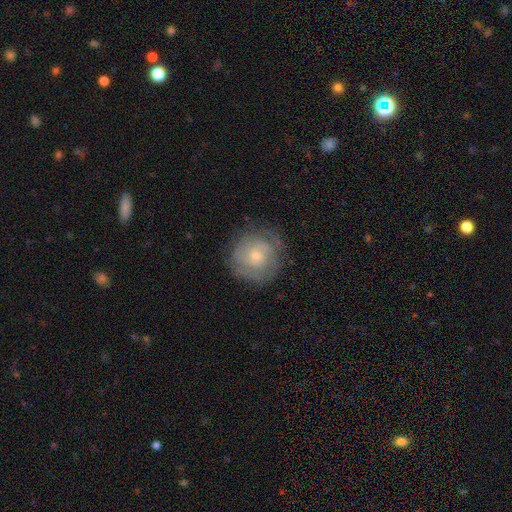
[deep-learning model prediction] featured or disk 63%, smooth 30%, star or artifact 7%. Down the decision tree: edge-on disk — no (97%); bar — no (75%); spiral arms — yes (83%); spiral arm count — can't tell (43%); spiral winding — tight (65%); bulge size — small (59%); merging — none (75%).